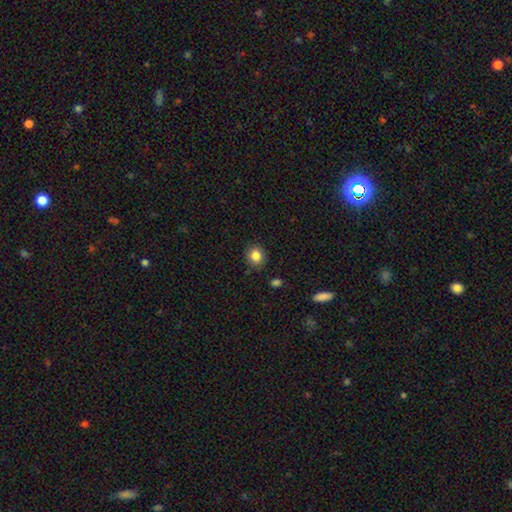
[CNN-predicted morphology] This is clearly a smooth galaxy (84%). How rounded: likely round (71%). Merging: clearly none (86%).